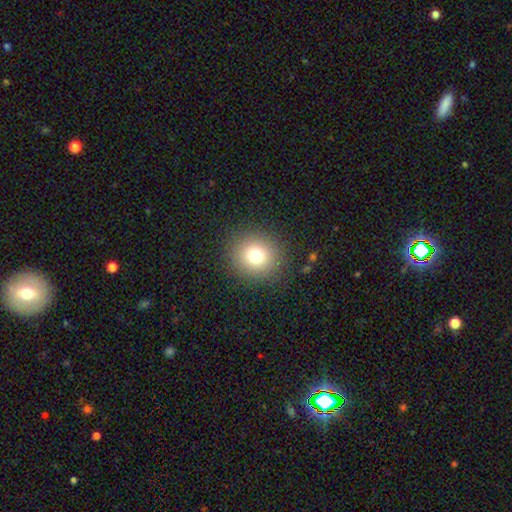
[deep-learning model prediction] Overall: smooth (76%). How rounded: round (87%). Merging: none (88%).